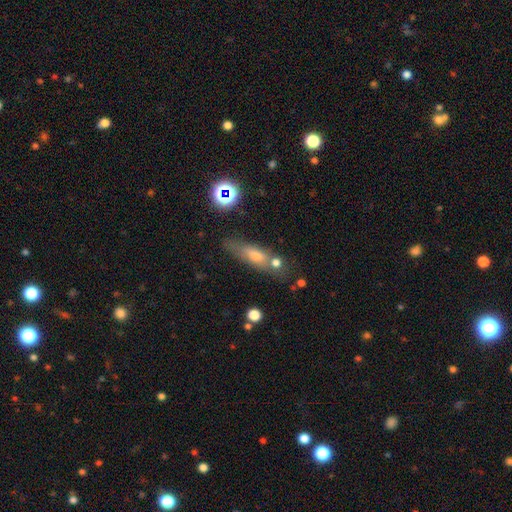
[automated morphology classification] A smooth galaxy with no disk features (57%) that is cigar-shaped (50%).

Vote fractions:
- Smooth or featured? smooth: 57% / featured or disk: 27% / star or artifact: 15%
- How rounded? cigar-shaped: 50% / in between: 42% / round: 8%
- Merging? none: 60% / minor disturbance: 18% / merger: 16% / major disturbance: 7%